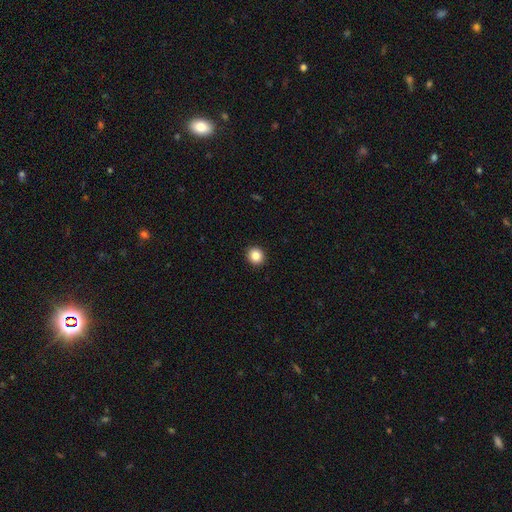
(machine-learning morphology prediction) This appears to be a smooth galaxy with no disk features (86%) that is round (88%). Merging: none (93%).